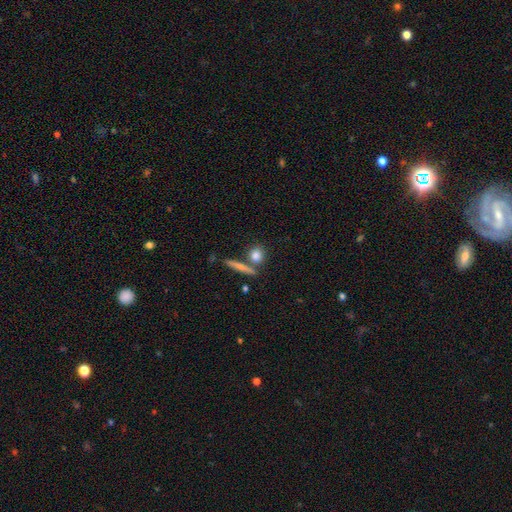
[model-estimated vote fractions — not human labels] A smooth galaxy with no disk features (80%) that is round (62%).

Vote fractions:
- Smooth or featured? smooth: 80% / featured or disk: 12% / star or artifact: 8%
- How rounded? round: 62% / in between: 24% / cigar-shaped: 14%
- Merging? none: 67% / merger: 19% / minor disturbance: 10% / major disturbance: 4%